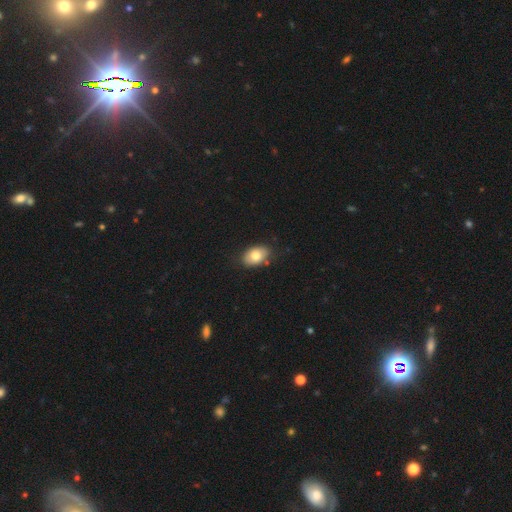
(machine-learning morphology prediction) Smooth or featured?
  - smooth: 77% *
  - featured or disk: 15%
  - star or artifact: 7%
How rounded?
  - in between: 86% *
  - round: 13%
  - cigar-shaped: 1%
Merging?
  - none: 83% *
  - minor disturbance: 13%
  - major disturbance: 3%
  - merger: 2%